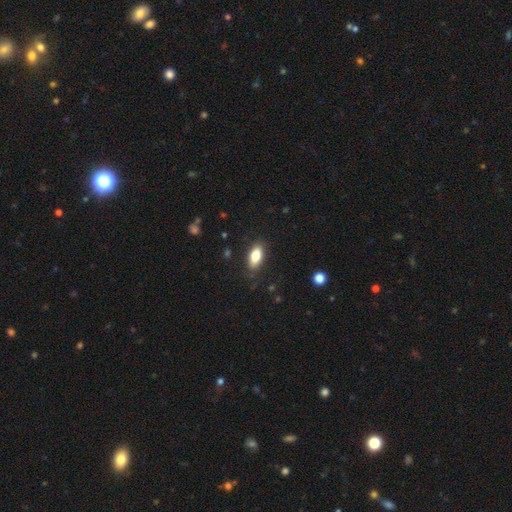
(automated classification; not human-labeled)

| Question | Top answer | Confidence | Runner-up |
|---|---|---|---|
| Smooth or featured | smooth | 79% | featured or disk (14%) |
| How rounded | in between | 86% | cigar-shaped (11%) |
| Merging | none | 84% | minor disturbance (12%) |